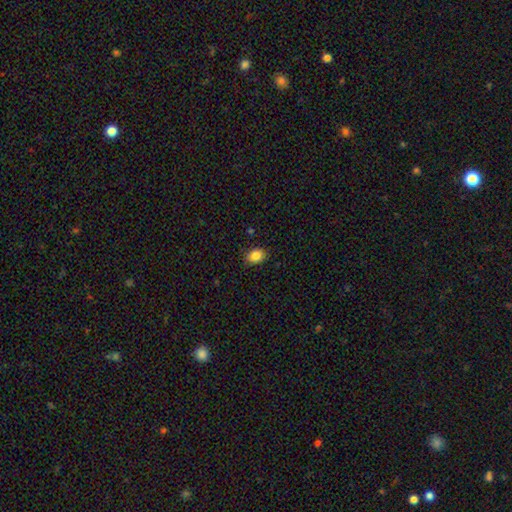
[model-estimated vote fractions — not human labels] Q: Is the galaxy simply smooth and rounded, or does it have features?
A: smooth — 87%.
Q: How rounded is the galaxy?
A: in between — 70%.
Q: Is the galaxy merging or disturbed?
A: none — 85%.